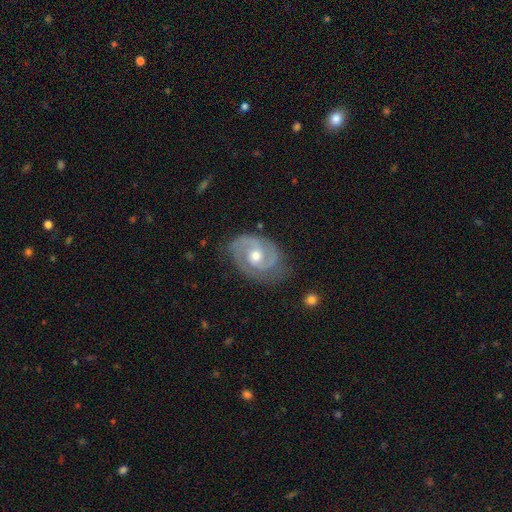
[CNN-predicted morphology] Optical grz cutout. It shows a featured or disk galaxy (88%) with no bar (56%), 2 (88%) tight (46%) spiral arms (95%) and a moderate central bulge (77%). Merging: none (78%).